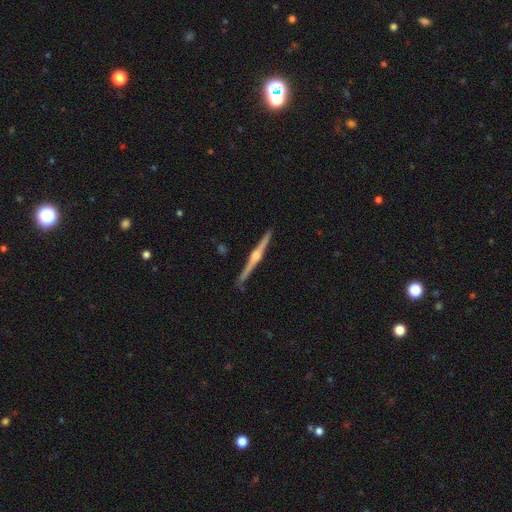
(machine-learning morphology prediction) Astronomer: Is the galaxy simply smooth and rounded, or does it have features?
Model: featured or disk — 87%.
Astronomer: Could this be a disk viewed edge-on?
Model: yes — 99%.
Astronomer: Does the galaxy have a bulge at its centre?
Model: rounded — 89%.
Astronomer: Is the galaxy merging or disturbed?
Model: none — 92%.